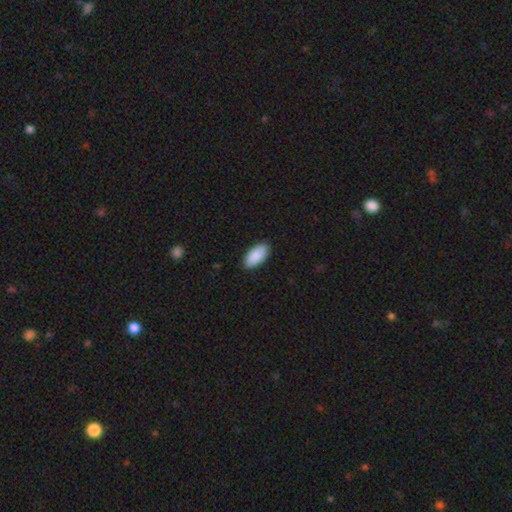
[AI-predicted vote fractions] smooth 91%, star or artifact 6%, featured or disk 3%. Down the decision tree: how rounded — in between (93%); merging — none (89%).